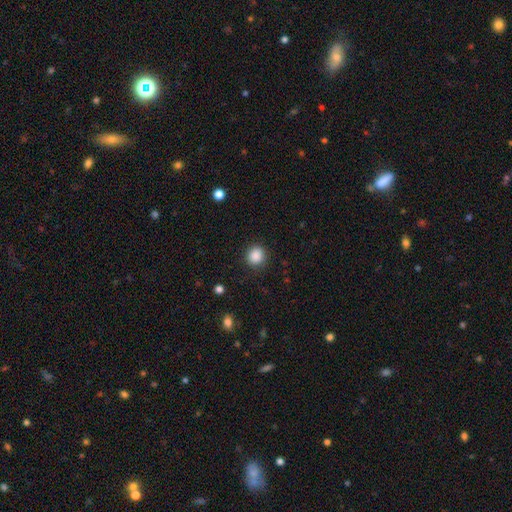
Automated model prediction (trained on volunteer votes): The model was most divided on "how rounded": round: 87%, in between: 12%, cigar-shaped: 1%. More confident: merging — none (89%); smooth or featured — smooth (88%).